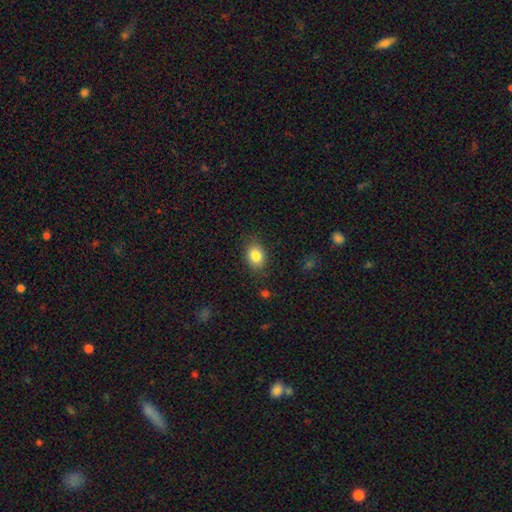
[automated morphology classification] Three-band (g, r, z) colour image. It shows a smooth galaxy with no disk features (84%) that is in between round and cigar-shaped (60%). Merging: none (83%).